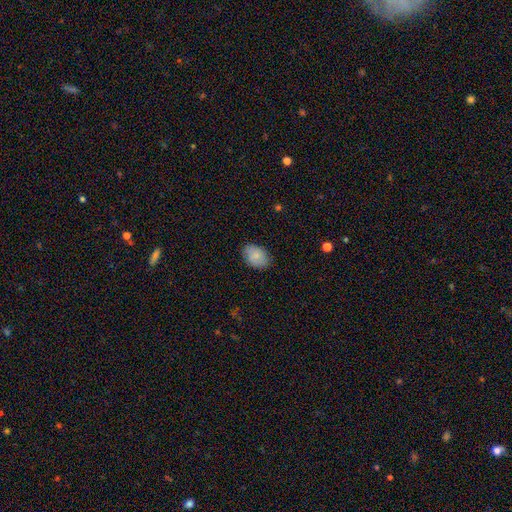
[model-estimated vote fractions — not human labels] The model was most divided on "smooth or featured": smooth: 76%, featured or disk: 17%, star or artifact: 7%. More confident: how rounded — in between (83%); merging — none (83%).